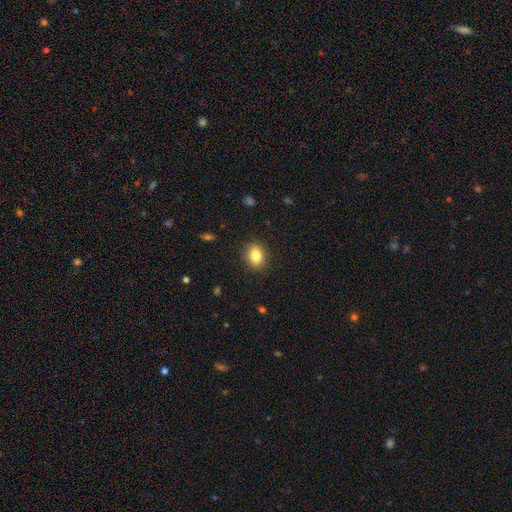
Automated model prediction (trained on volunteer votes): smooth_or_featured: smooth (p=0.84) [alt: star or artifact p=0.09]
how_rounded: in between (p=0.67) [alt: round p=0.31]
merging: none (p=0.88) [alt: minor disturbance p=0.09]